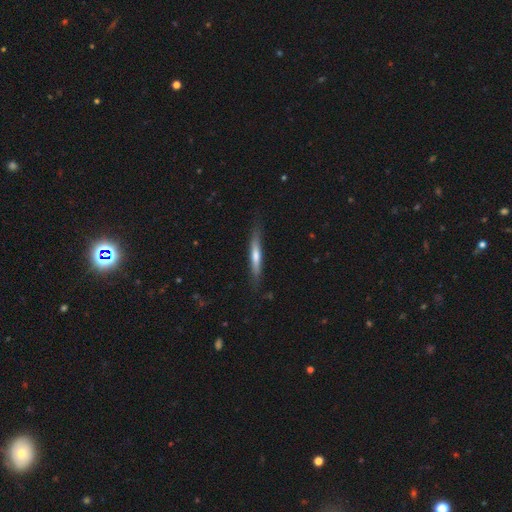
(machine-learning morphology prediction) Smooth or featured? Predicted: smooth (p=0.49). Merging? Predicted: none (p=0.82).